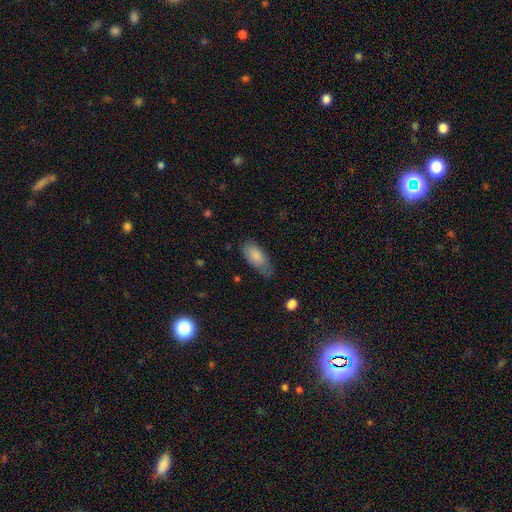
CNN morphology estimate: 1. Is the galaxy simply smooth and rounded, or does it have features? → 81% smooth, 13% featured or disk, 6% star or artifact.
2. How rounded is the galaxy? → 87% in between, 11% cigar-shaped, 2% round.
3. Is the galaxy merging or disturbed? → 50% none, 37% minor disturbance, 11% major disturbance, 2% merger.